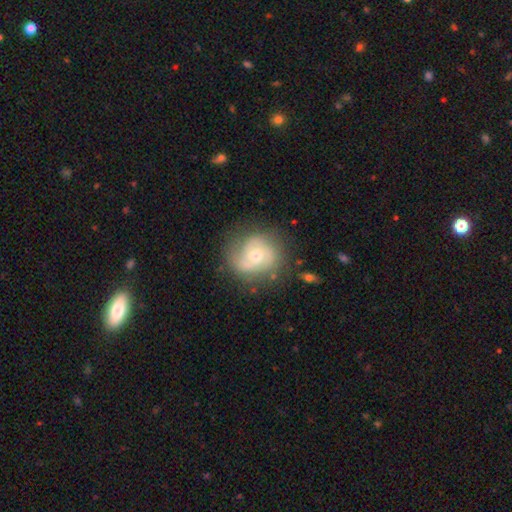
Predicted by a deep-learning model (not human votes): Smooth or featured?
  - featured or disk: 65% *
  - smooth: 28%
  - star or artifact: 8%
Edge-on disk?
  - no: 97% *
  - yes: 3%
Bar?
  - no: 71% *
  - weak: 24%
  - strong: 5%
Spiral arms?
  - yes: 85% *
  - no: 15%
Spiral winding?
  - medium: 42% *
  - tight: 38%
  - loose: 20%
Spiral arm count?
  - 2: 52% *
  - can't tell: 20%
  - 3: 15%
  - 1: 7%
  - 4: 3%
  - more than 4: 2%
Bulge size?
  - moderate: 61% *
  - small: 34%
  - large: 3%
  - none: 1%
  - dominant: 1%
Merging?
  - none: 66% *
  - minor disturbance: 21%
  - major disturbance: 10%
  - merger: 3%